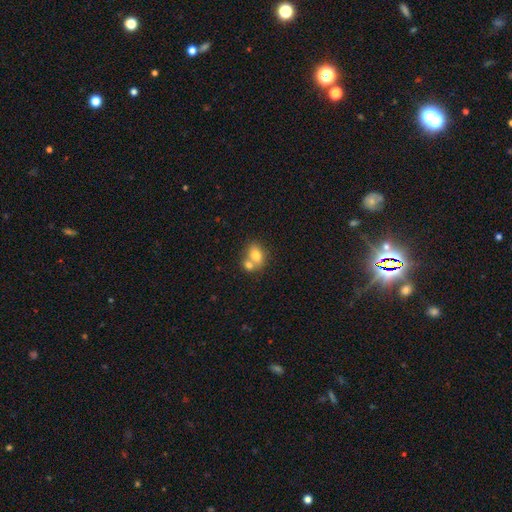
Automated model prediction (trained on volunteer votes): Smooth or featured? smooth (76%)
How rounded? in between (68%)
Merging? merger (52%)